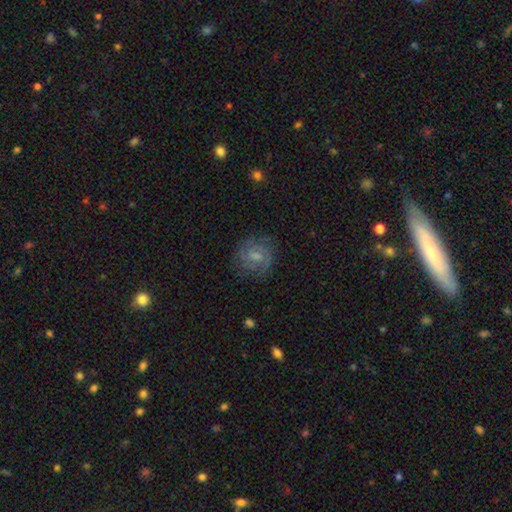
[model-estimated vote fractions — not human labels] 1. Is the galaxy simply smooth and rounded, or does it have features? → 56% featured or disk, 34% smooth, 10% star or artifact.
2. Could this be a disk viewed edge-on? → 97% no, 3% yes.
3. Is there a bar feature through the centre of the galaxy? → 52% weak, 36% no, 12% strong.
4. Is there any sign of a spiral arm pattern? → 80% yes, 20% no.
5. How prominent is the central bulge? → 37% small, 33% moderate, 24% none, 5% large, 1% dominant.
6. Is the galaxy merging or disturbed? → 72% none, 17% minor disturbance, 9% major disturbance, 1% merger.